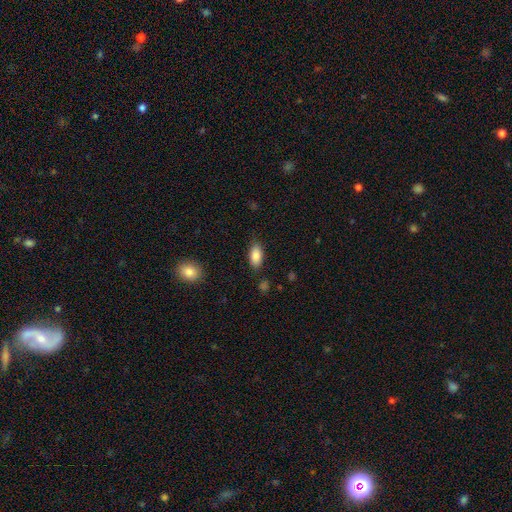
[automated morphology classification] smooth 86%, star or artifact 7%, featured or disk 7%. Down the decision tree: how rounded — in between (91%); merging — none (81%).